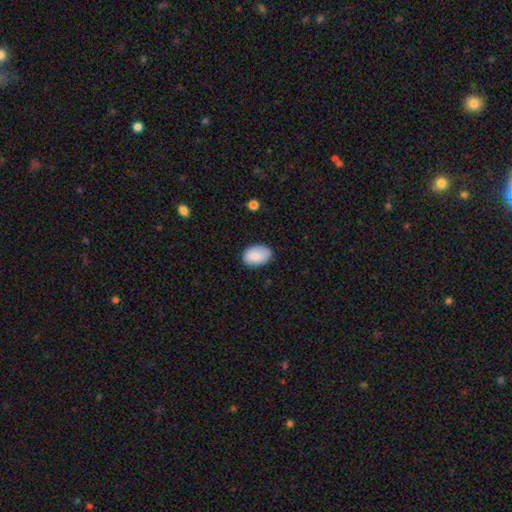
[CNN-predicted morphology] The model was most divided on "merging": none: 79%, minor disturbance: 17%, major disturbance: 3%, merger: 1%. More confident: how rounded — in between (87%); smooth or featured — smooth (85%).